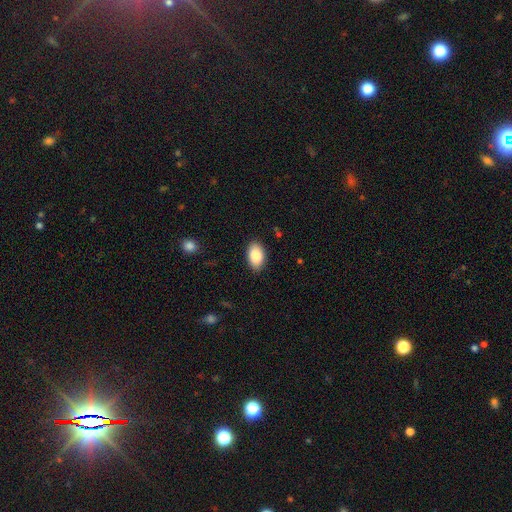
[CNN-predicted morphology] smooth 88%, star or artifact 7%, featured or disk 5%. Down the decision tree: how rounded — in between (93%); merging — none (86%).